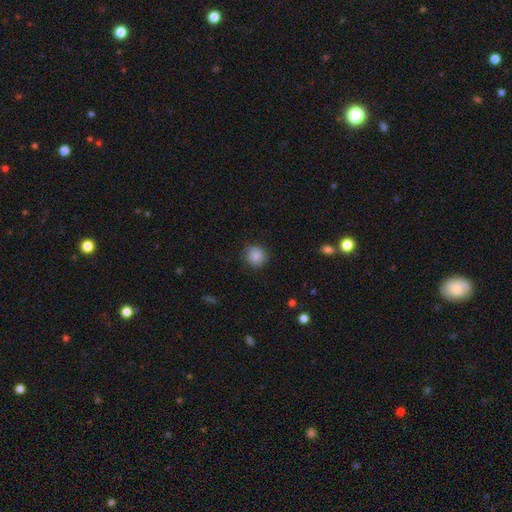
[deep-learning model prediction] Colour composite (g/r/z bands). It shows a smooth galaxy with no disk features (88%) that is round (91%). Merging: none (88%).